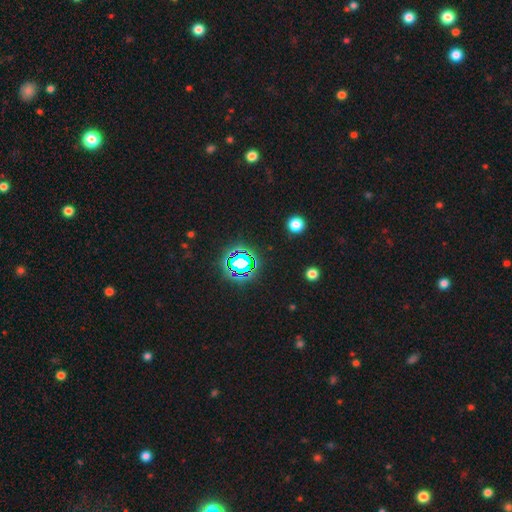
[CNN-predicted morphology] Overall: star or artifact (79%).